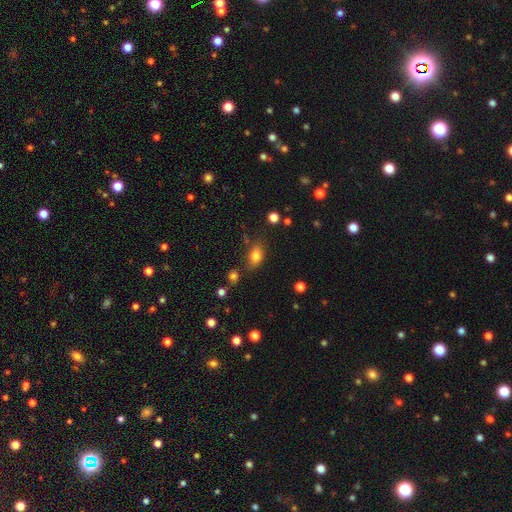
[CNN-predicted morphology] Smooth or featured: smooth — 81% (star or artifact — 11%)
How rounded: in between — 80% (round — 17%)
Merging: none — 72% (minor disturbance — 17%)